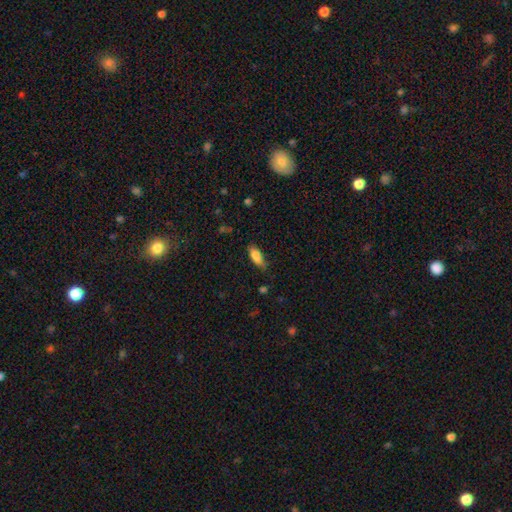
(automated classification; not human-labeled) smooth_or_featured: smooth (p=0.83) [alt: featured or disk p=0.10]
how_rounded: in between (p=0.74) [alt: cigar-shaped p=0.24]
merging: none (p=0.66) [alt: minor disturbance p=0.26]